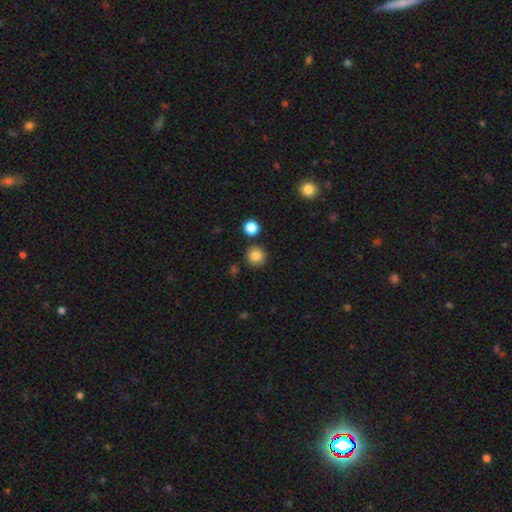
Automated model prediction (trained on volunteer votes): A smooth galaxy with no disk features (84%) that is round (93%). Merging: none (87%).